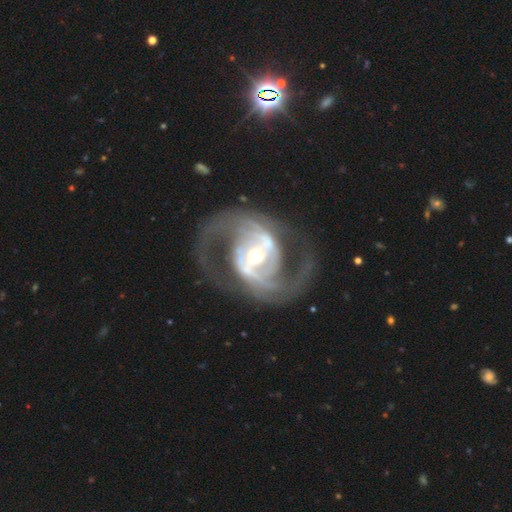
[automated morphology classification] smooth-or-featured: featured or disk: 91% | star or artifact: 5% | smooth: 4%
  disk-edge-on: no: 97% | yes: 3%
    bar: strong: 49% | weak: 31% | no: 19%
    has-spiral-arms: yes: 95% | no: 5%
      spiral-winding: medium: 57% | tight: 22% | loose: 21%
      spiral-arm-count: 2: 82% | 3: 6% | can't tell: 5% | 1: 2% | 4: 2% | more than 4: 2%
    bulge-size: small: 52% | moderate: 41% | large: 5% | dominant: 1% | none: 1%
  merging: none: 70% | major disturbance: 15% | minor disturbance: 13% | merger: 2%